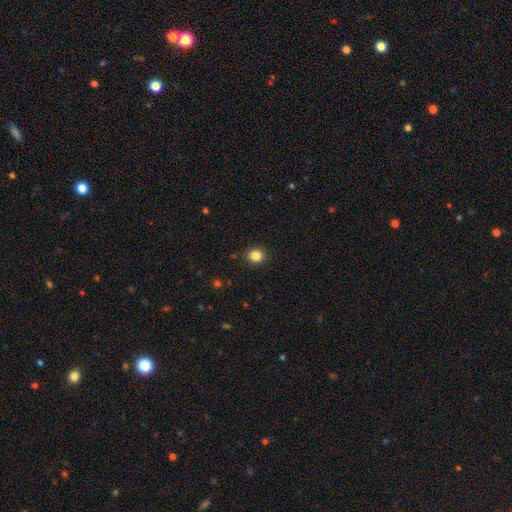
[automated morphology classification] Q: Smooth or featured?
A: smooth (84%); runner-up: star or artifact (11%)
Q: How rounded?
A: round (85%); runner-up: in between (14%)
Q: Merging?
A: none (91%); runner-up: minor disturbance (6%)